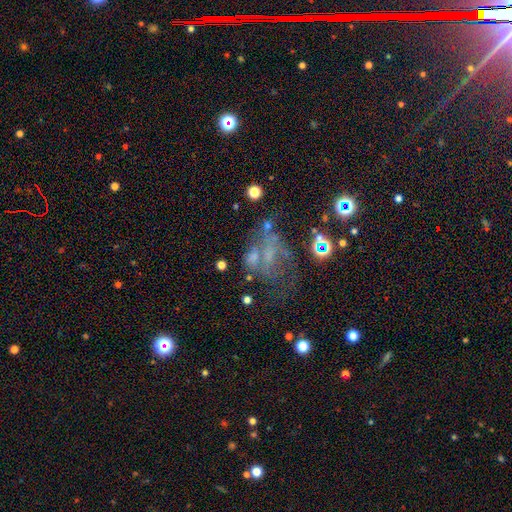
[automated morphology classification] This appears to be a featured or disk galaxy (45%). Merging: major disturbance (36%).